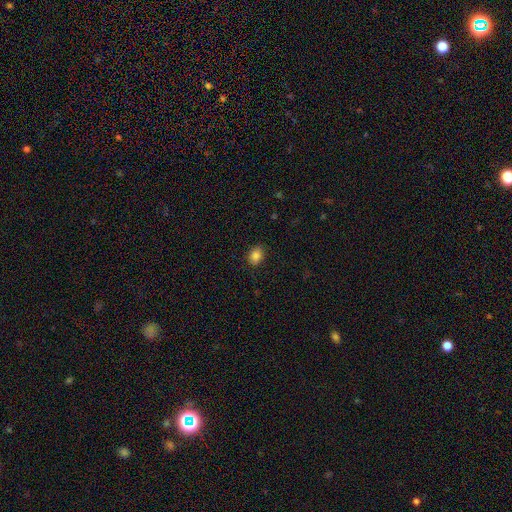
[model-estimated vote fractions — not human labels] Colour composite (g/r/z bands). It shows a smooth galaxy with no disk features (86%) that is in between round and cigar-shaped (56%). Merging: none (86%).